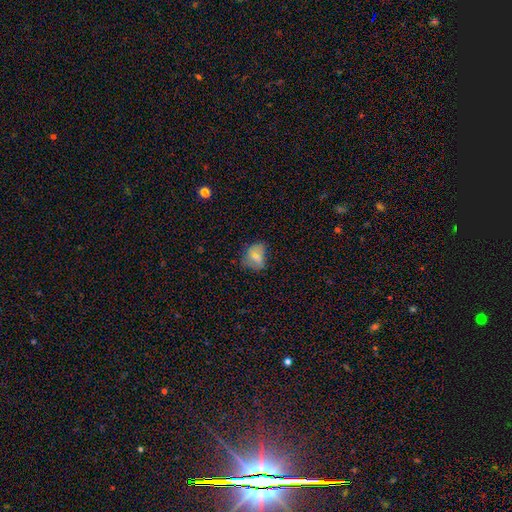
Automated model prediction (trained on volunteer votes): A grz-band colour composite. It shows a smooth galaxy with no disk features (68%) that is in between round and cigar-shaped (61%). Merging: none (55%).